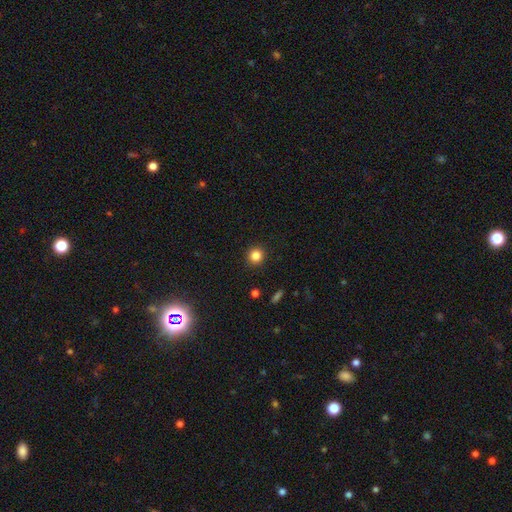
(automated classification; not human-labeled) Smooth or featured? Predicted: smooth (p=0.84). How rounded? Predicted: round (p=0.93). Merging? Predicted: none (p=0.92).